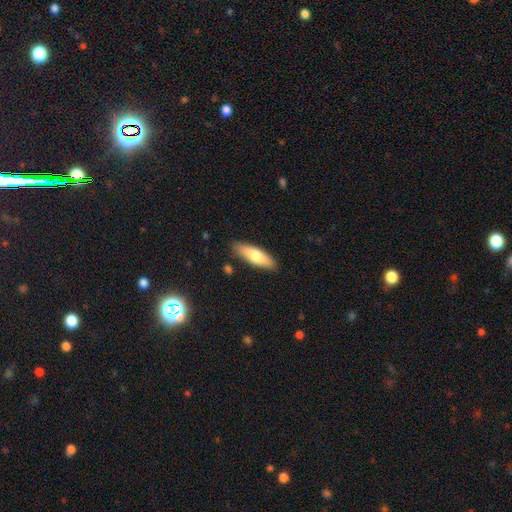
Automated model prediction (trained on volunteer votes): Morphology: type=smooth (71%); roundness=in between (51%); merging=none (86%).